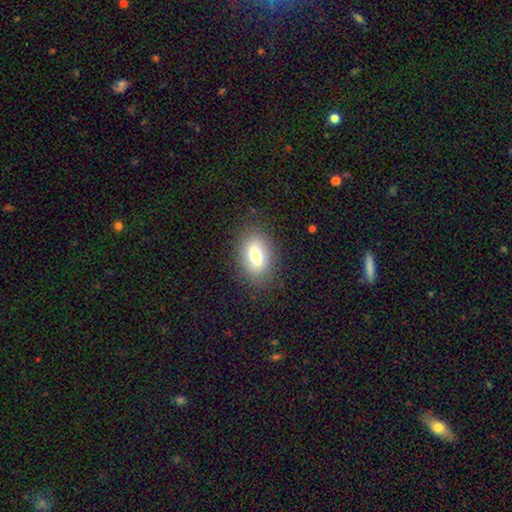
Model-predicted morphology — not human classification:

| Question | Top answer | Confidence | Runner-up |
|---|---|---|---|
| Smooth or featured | smooth | 72% | featured or disk (19%) |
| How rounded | in between | 81% | round (17%) |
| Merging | none | 84% | minor disturbance (11%) |